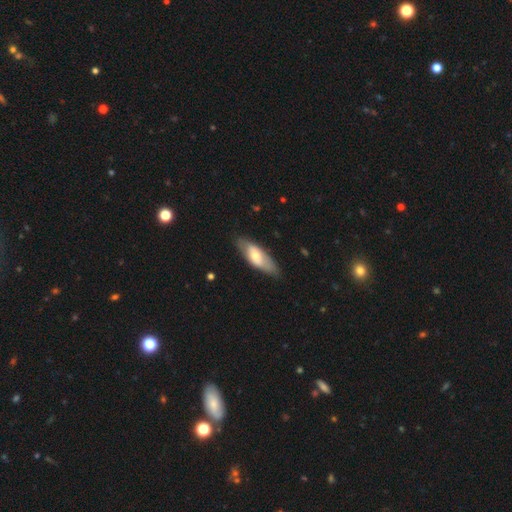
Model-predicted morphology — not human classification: The model was most divided on "smooth or featured": smooth: 57%, featured or disk: 38%, star or artifact: 5%. More confident: merging — none (77%); how rounded — in between (69%).